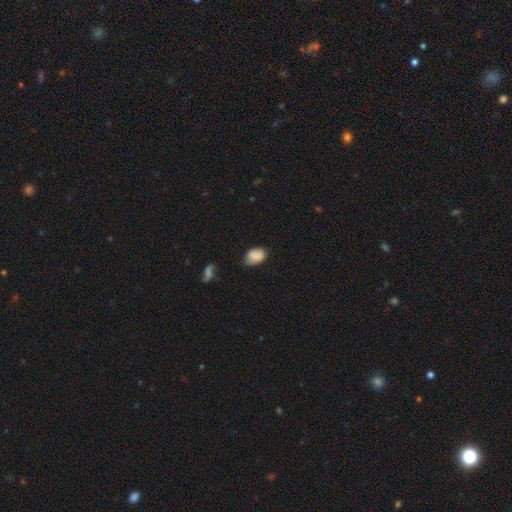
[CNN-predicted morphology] smooth-or-featured: smooth: 85% | star or artifact: 8% | featured or disk: 7%
  how-rounded: in between: 82% | round: 17% | cigar-shaped: 1%
  merging: none: 57% | minor disturbance: 34% | major disturbance: 6% | merger: 3%